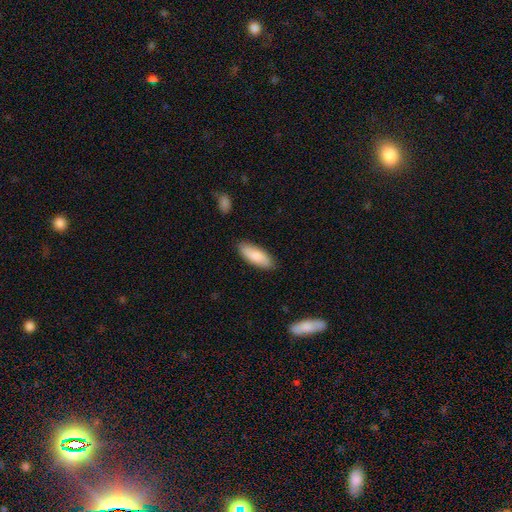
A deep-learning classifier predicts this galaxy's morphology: Q: Smooth or featured?
A: smooth (83%); runner-up: featured or disk (12%)
Q: How rounded?
A: in between (70%); runner-up: cigar-shaped (28%)
Q: Merging?
A: none (85%); runner-up: minor disturbance (11%)